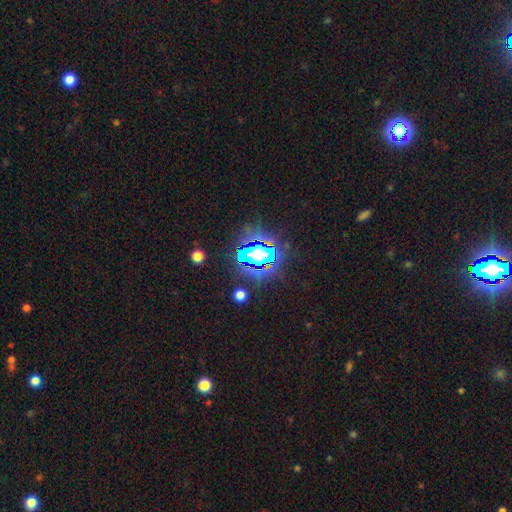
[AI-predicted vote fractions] A star or artifact, not a galaxy (58%).